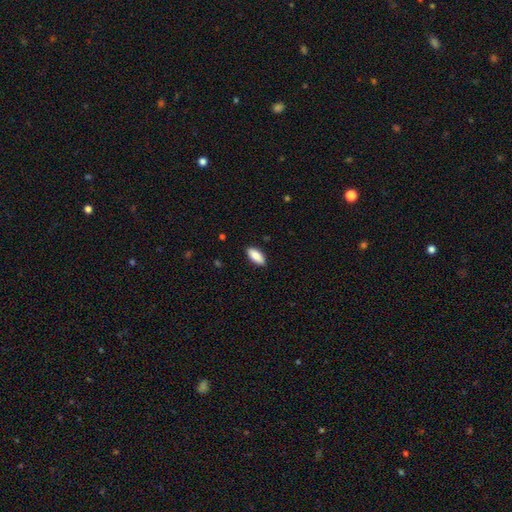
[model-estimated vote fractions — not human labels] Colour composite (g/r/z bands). It shows a smooth galaxy with no disk features (85%) that is in between round and cigar-shaped (85%). Merging: none (89%).